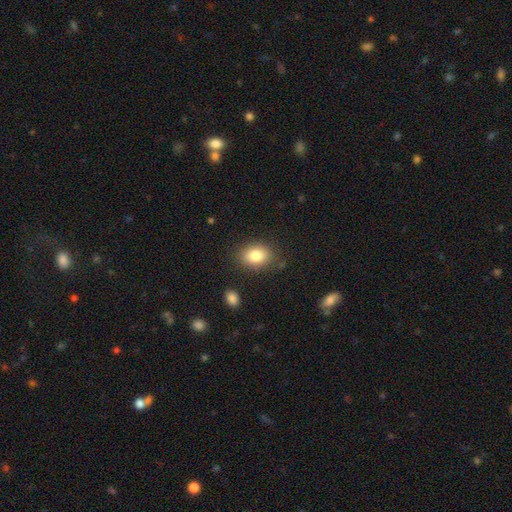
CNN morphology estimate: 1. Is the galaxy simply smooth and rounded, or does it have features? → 83% smooth, 9% star or artifact, 8% featured or disk.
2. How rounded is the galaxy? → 70% in between, 29% round, 1% cigar-shaped.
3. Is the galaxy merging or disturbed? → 83% none, 11% minor disturbance, 3% major disturbance, 2% merger.